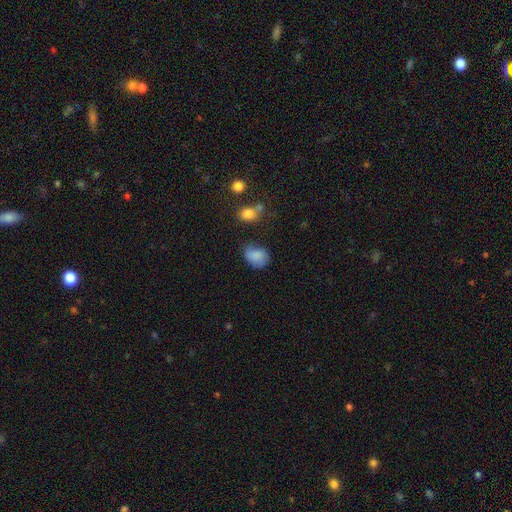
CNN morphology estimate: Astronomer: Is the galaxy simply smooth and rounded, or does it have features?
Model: smooth — 80%.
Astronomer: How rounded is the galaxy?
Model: in between — 64%.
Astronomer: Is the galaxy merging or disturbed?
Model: none — 51% (runner-up: minor disturbance, 32%).